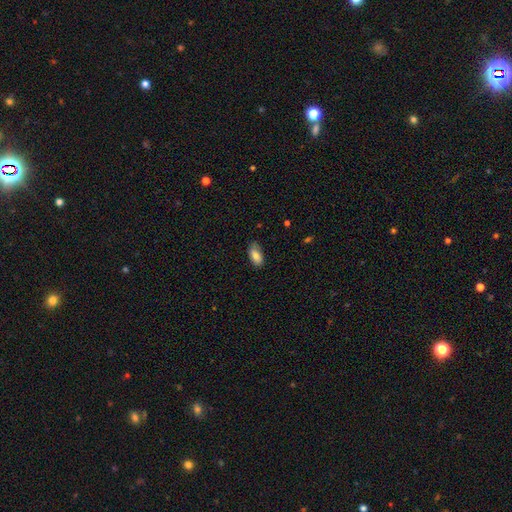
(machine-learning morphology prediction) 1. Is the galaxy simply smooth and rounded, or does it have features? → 80% smooth, 13% featured or disk, 7% star or artifact.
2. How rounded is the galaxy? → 90% in between, 7% cigar-shaped, 3% round.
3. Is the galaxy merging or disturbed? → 76% none, 20% minor disturbance, 3% major disturbance, 1% merger.